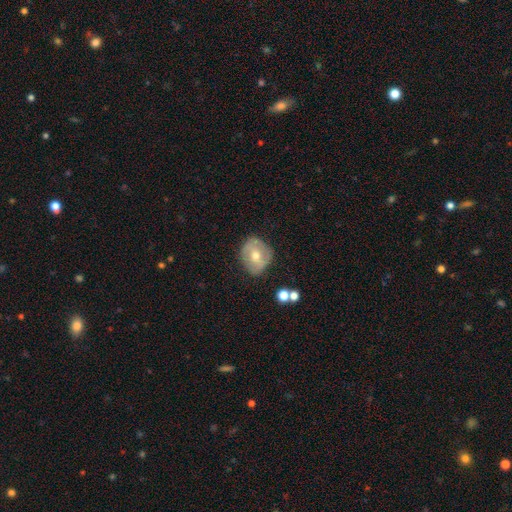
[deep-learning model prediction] A featured or disk galaxy (52%). Merging: none (75%).